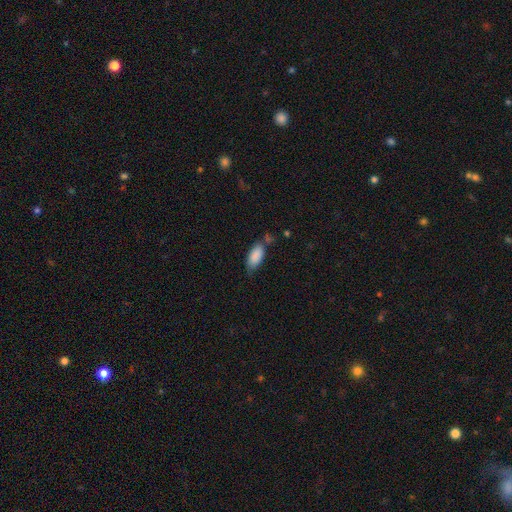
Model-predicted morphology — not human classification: Smooth or featured?
  - smooth: 88% *
  - star or artifact: 6%
  - featured or disk: 6%
How rounded?
  - in between: 88% *
  - cigar-shaped: 10%
  - round: 2%
Merging?
  - none: 59% *
  - minor disturbance: 27%
  - merger: 8%
  - major disturbance: 6%